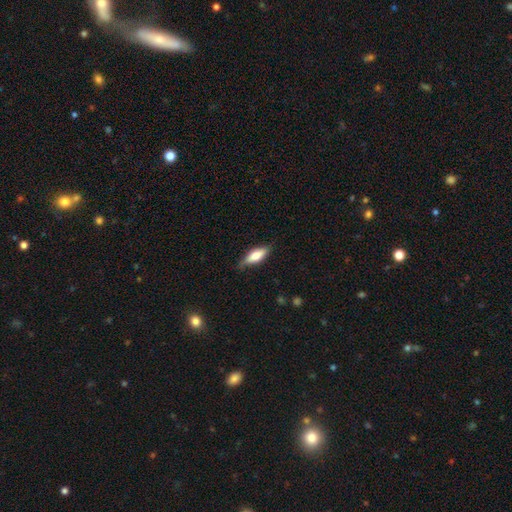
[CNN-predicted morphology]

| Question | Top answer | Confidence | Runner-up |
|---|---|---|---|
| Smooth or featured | smooth | 67% | featured or disk (27%) |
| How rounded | in between | 63% | cigar-shaped (34%) |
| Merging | none | 76% | minor disturbance (19%) |